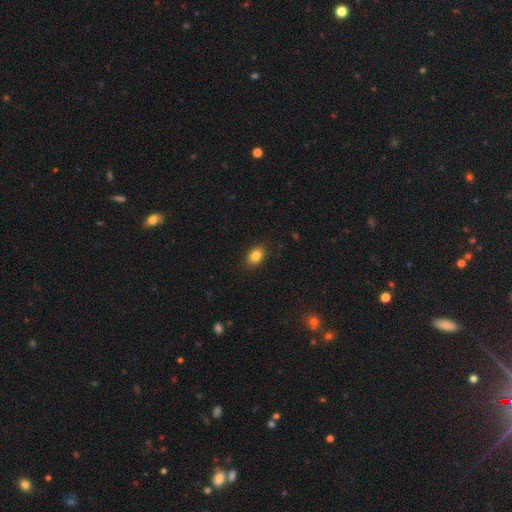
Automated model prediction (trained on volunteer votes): Smooth or featured?
  - smooth: 84% *
  - star or artifact: 9%
  - featured or disk: 7%
How rounded?
  - in between: 78% *
  - round: 20%
  - cigar-shaped: 1%
Merging?
  - none: 88% *
  - minor disturbance: 9%
  - major disturbance: 2%
  - merger: 1%